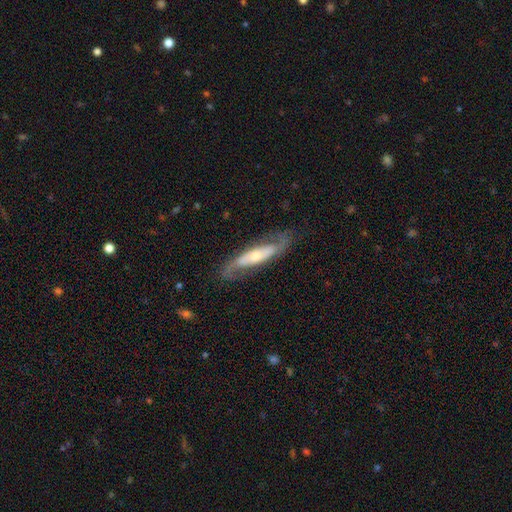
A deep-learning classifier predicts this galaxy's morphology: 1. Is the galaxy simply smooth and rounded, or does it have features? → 77% featured or disk, 17% smooth, 5% star or artifact.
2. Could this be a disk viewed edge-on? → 77% no, 23% yes.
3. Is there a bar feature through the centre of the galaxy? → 49% no, 26% strong, 25% weak.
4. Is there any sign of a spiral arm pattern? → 89% yes, 11% no.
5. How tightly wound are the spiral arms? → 41% medium, 38% loose, 21% tight.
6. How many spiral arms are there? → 86% 2, 8% can't tell, 3% 1, 1% 3, 1% 4, 1% more than 4.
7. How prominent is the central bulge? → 47% small, 44% moderate, 5% large, 2% none, 1% dominant.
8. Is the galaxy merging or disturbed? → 76% none, 15% minor disturbance, 8% major disturbance, 1% merger.